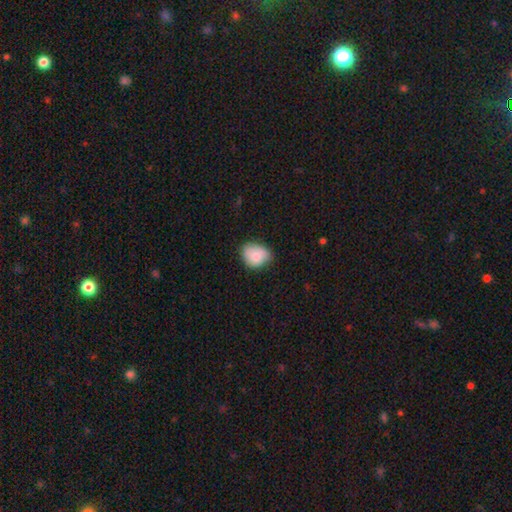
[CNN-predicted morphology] Smooth or featured? Predicted: smooth (p=0.79). How rounded? Predicted: in between (p=0.53). Merging? Predicted: none (p=0.60).